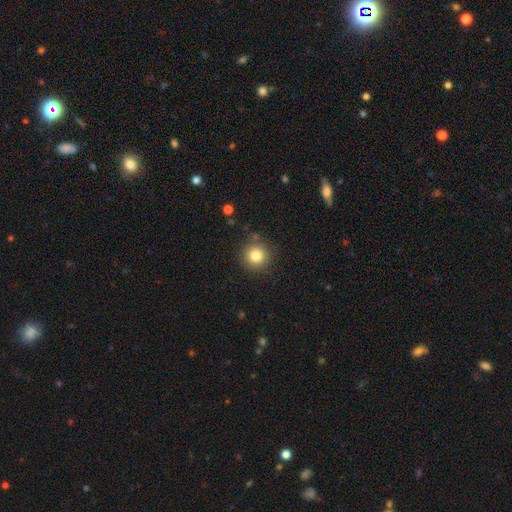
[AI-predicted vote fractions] Q: Smooth or featured?
A: smooth (81%); runner-up: star or artifact (12%)
Q: How rounded?
A: round (95%); runner-up: in between (4%)
Q: Merging?
A: none (87%); runner-up: minor disturbance (8%)